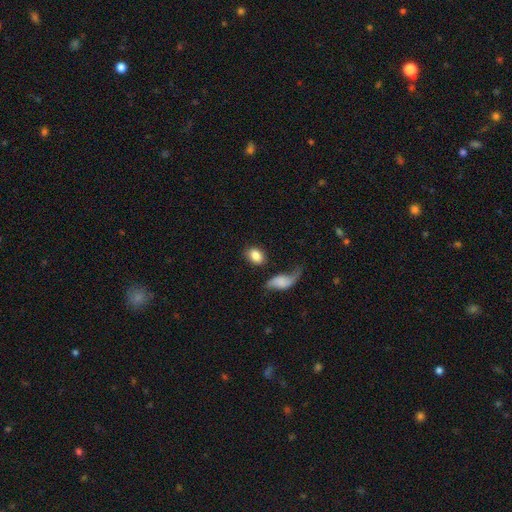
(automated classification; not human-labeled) smooth 82%, featured or disk 10%, star or artifact 7%. Down the decision tree: how rounded — in between (72%); merging — none (69%).